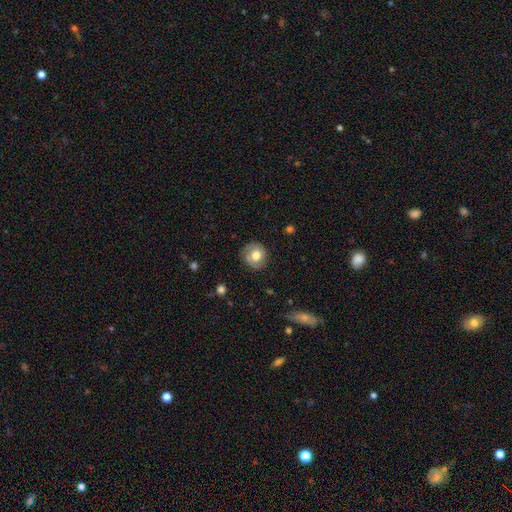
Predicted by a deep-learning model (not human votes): Morphology: type=smooth (70%); roundness=round (85%); merging=none (79%).